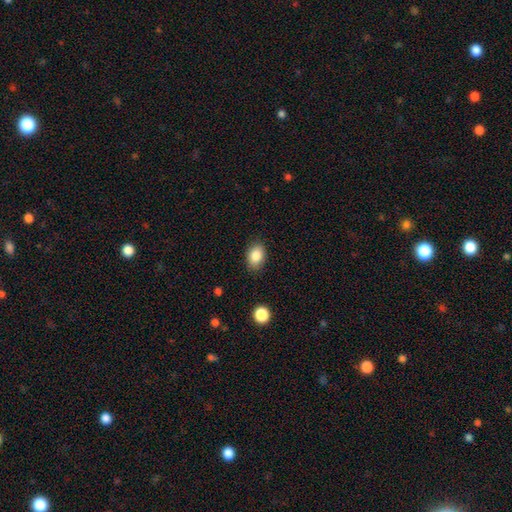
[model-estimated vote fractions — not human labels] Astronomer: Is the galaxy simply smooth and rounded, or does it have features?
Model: smooth — 86%.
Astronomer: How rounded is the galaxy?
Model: in between — 80%.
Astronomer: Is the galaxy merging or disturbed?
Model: none — 86%.